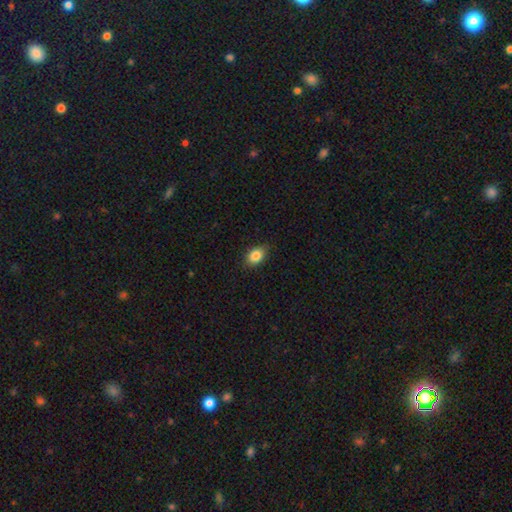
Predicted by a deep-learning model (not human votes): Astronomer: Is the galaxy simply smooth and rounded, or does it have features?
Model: smooth — 85%.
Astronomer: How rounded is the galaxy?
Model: in between — 79%.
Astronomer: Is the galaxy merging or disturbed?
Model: none — 84%.